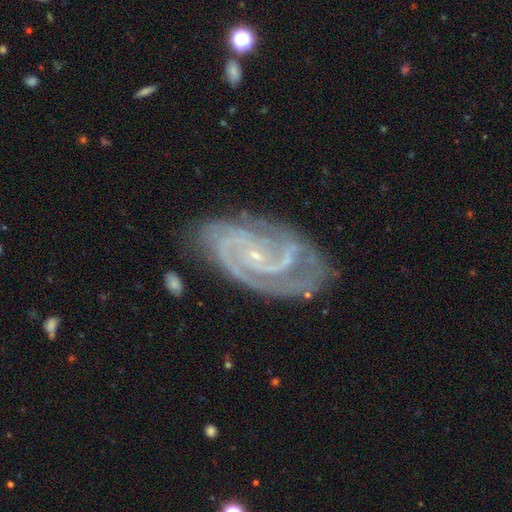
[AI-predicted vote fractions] A featured or disk galaxy (92%) with no bar (61%), 2 (52%) tight (57%) spiral arms (99%) and a small central bulge (87%).

Vote fractions:
- Smooth or featured? featured or disk: 92% / star or artifact: 5% / smooth: 3%
- Edge-on disk? no: 97% / yes: 3%
- Bar? no: 61% / weak: 28% / strong: 11%
- Spiral arms? yes: 99% / no: 1%
- Spiral winding? tight: 57% / medium: 38% / loose: 6%
- Spiral arm count? 2: 52% / 3: 24% / can't tell: 8% / 4: 7% / more than 4: 5% / 1: 5%
- Bulge size? small: 87% / moderate: 9% / none: 3% / large: 1% / dominant: 1%
- Merging? none: 74% / minor disturbance: 19% / major disturbance: 6% / merger: 2%